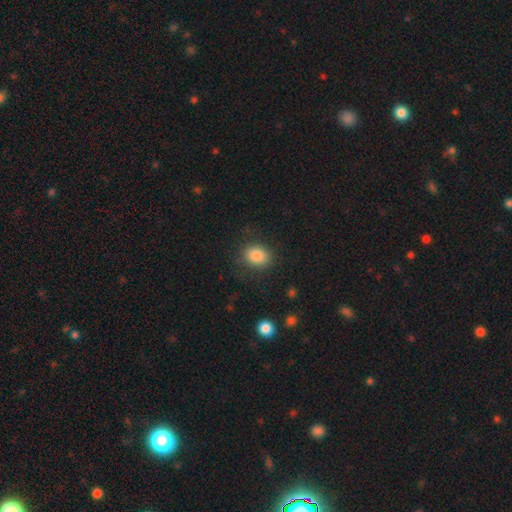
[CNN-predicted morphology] Smooth or featured? Predicted: smooth (p=0.86). How rounded? Predicted: in between (p=0.52). Merging? Predicted: none (p=0.83).